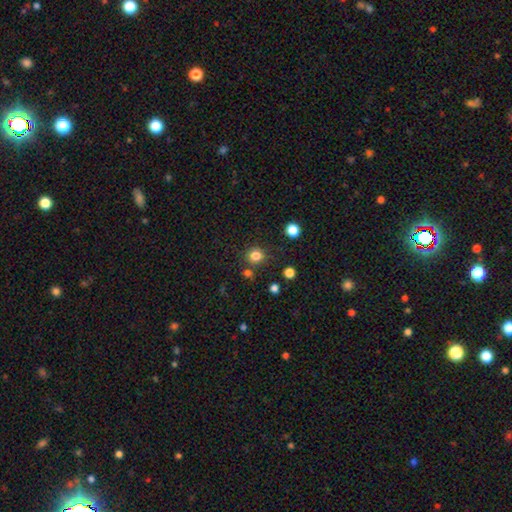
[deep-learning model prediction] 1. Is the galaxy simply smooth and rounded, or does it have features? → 83% smooth, 13% star or artifact, 4% featured or disk.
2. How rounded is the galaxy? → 89% round, 10% in between, 1% cigar-shaped.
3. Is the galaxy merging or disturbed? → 80% none, 9% minor disturbance, 7% merger, 3% major disturbance.